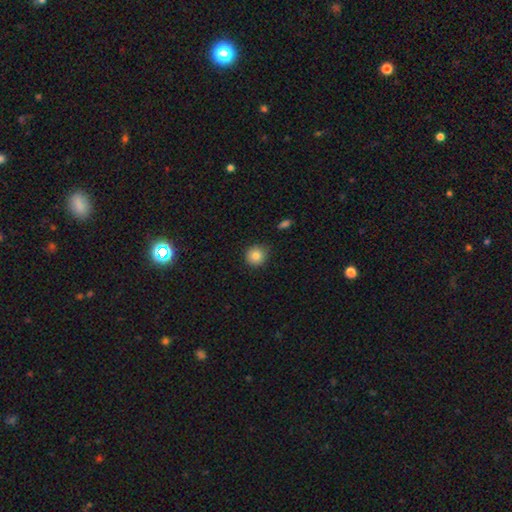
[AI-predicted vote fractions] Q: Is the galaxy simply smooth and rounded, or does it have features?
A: smooth — 83%.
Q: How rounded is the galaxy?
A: round — 90%.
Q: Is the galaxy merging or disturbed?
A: none — 85%.